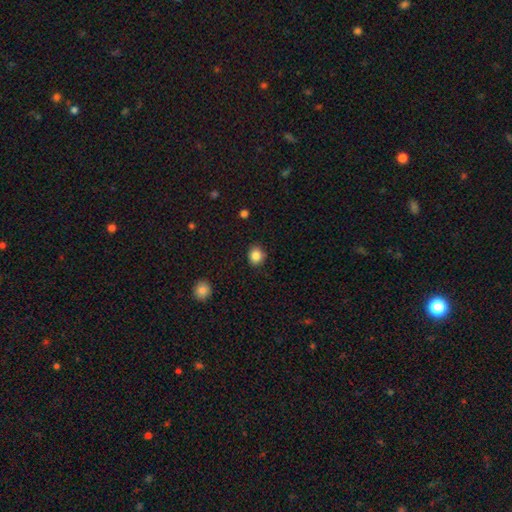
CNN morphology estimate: This appears to be a smooth galaxy with no disk features (85%) that is round (77%). Merging: none (88%).